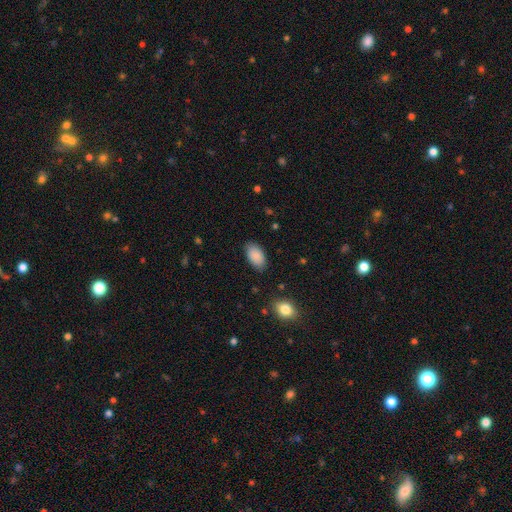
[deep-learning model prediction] Smooth or featured? smooth (89%)
How rounded? in between (95%)
Merging? none (84%)